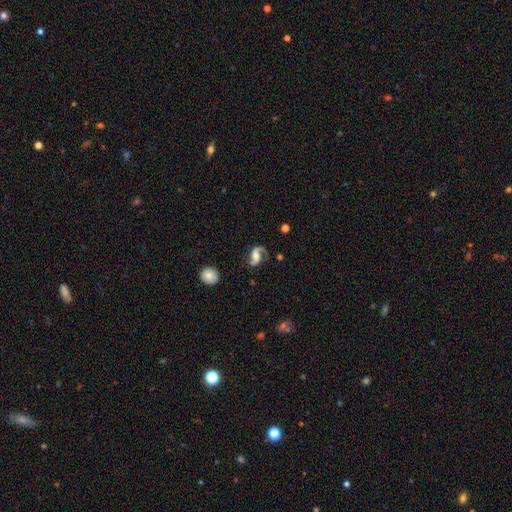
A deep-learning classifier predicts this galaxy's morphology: This is clearly a featured or disk galaxy (89%). It is clearly not viewed edge-on (98%). Bar: marginally no (42%). Spiral arm pattern: clearly yes (97%). Spiral arm count: clearly 2 (89%). Spiral winding: possibly loose (54%). Central bulge: possibly moderate (56%). Merging: likely none (73%).